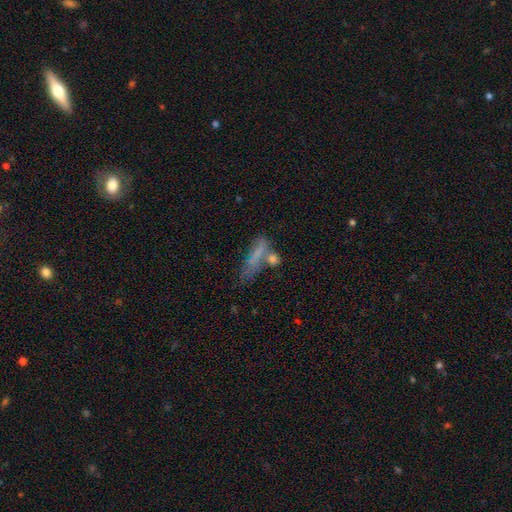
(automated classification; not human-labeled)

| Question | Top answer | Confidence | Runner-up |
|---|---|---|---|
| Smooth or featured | smooth | 61% | featured or disk (27%) |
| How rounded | cigar-shaped | 65% | in between (31%) |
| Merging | none | 36% | merger (24%) |